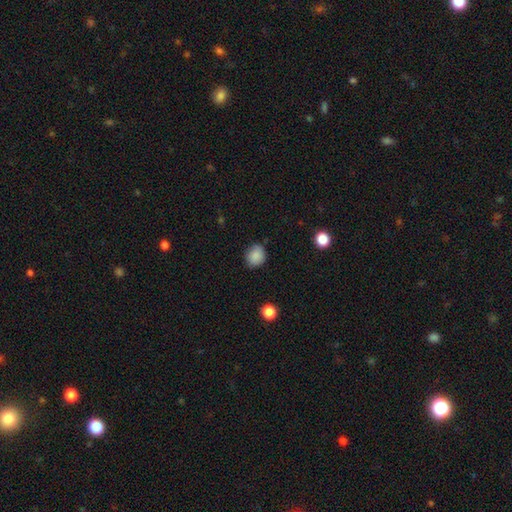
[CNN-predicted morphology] A smooth galaxy with no disk features (87%) that is round (70%).

Vote fractions:
- Smooth or featured? smooth: 87% / star or artifact: 9% / featured or disk: 4%
- How rounded? round: 70% / in between: 29% / cigar-shaped: 1%
- Merging? none: 79% / minor disturbance: 17% / major disturbance: 3% / merger: 1%